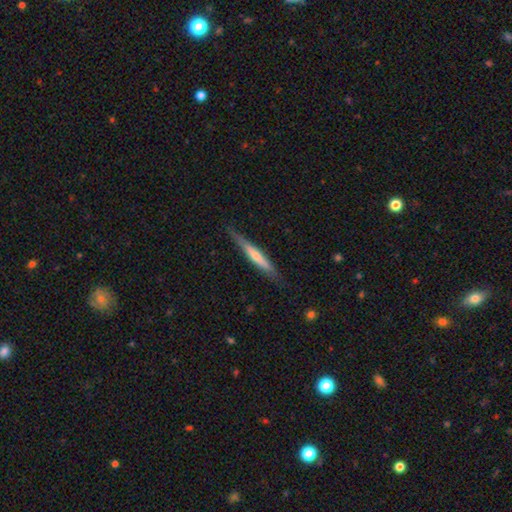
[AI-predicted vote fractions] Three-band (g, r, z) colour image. It shows a featured or disk galaxy (58%) viewed edge-on (95%) with a rounded central bulge (54%). Merging: none (84%).